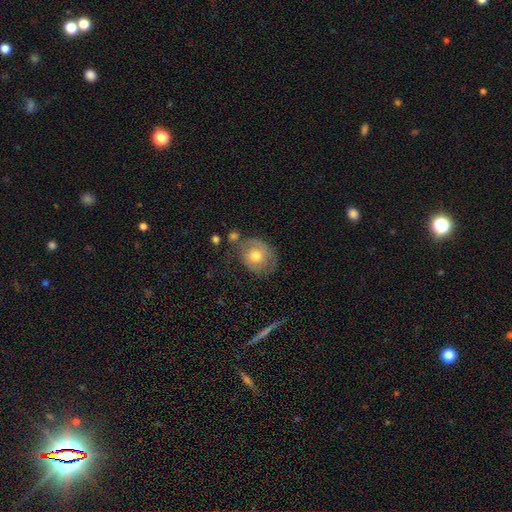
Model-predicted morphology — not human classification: Smooth or featured? Predicted: smooth (p=0.53). How rounded? Predicted: round (p=0.64). Merging? Predicted: none (p=0.51).